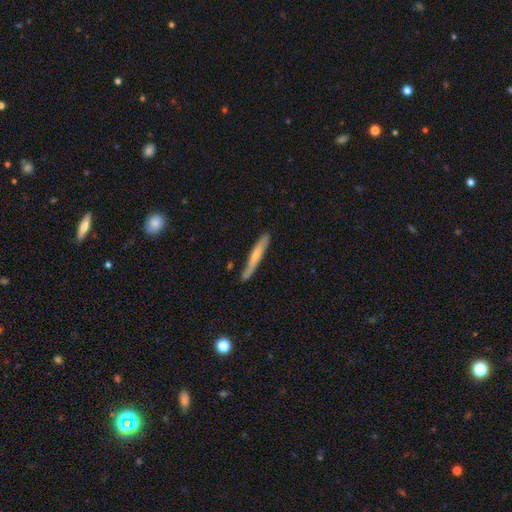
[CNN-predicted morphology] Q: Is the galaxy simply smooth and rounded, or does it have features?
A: smooth — 54%.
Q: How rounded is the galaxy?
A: cigar-shaped — 95%.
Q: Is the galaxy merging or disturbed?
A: none — 79%.